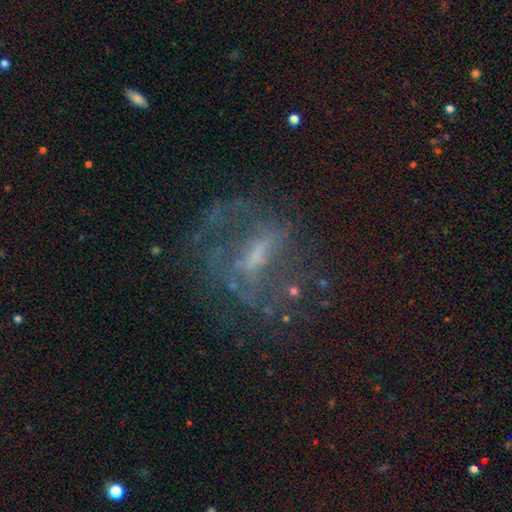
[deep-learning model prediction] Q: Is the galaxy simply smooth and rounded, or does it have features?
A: featured or disk — 69%.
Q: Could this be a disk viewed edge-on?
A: no — 93%.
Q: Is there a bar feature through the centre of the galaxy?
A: weak — 39%.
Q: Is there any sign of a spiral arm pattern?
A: yes — 56%.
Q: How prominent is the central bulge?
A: small — 35%.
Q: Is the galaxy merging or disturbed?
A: none — 51%.